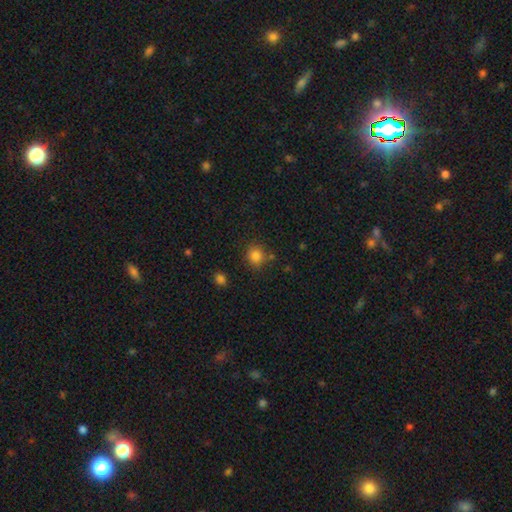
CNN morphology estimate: Smooth or featured?
  - smooth: 84% *
  - star or artifact: 11%
  - featured or disk: 5%
How rounded?
  - round: 84% *
  - in between: 16%
  - cigar-shaped: 1%
Merging?
  - none: 79% *
  - minor disturbance: 12%
  - merger: 6%
  - major disturbance: 4%